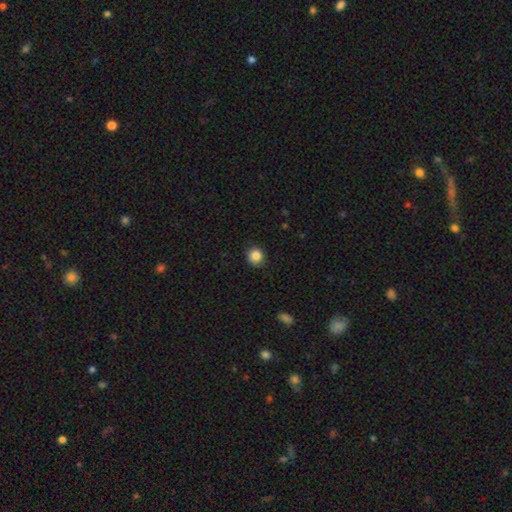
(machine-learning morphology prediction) A smooth galaxy with no disk features (86%) that is round (92%). Merging: none (87%).